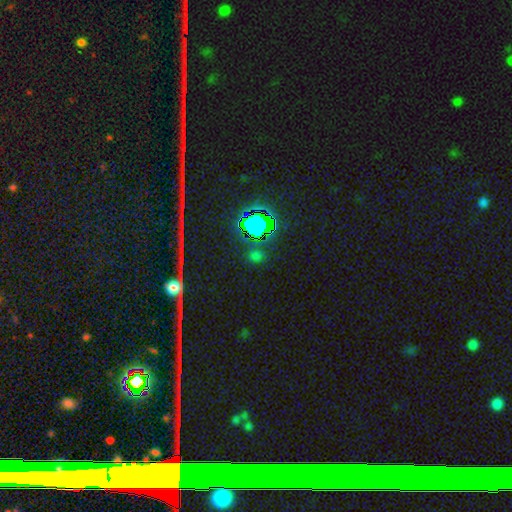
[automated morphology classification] Smooth or featured? star or artifact (59%)